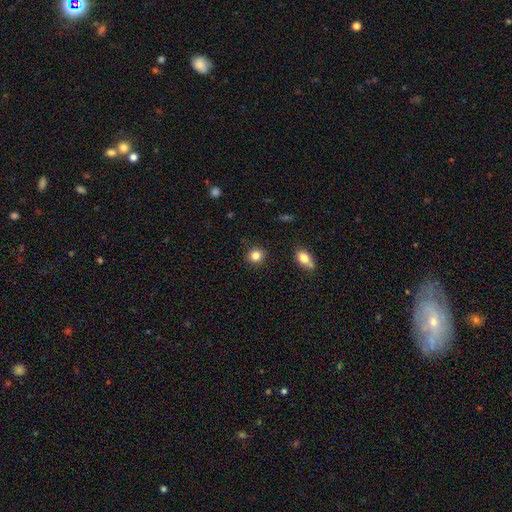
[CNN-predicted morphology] A smooth galaxy with no disk features (85%) that is round (88%).

Vote fractions:
- Smooth or featured? smooth: 85% / star or artifact: 10% / featured or disk: 5%
- How rounded? round: 88% / in between: 11% / cigar-shaped: 1%
- Merging? none: 90% / minor disturbance: 6% / major disturbance: 2% / merger: 2%